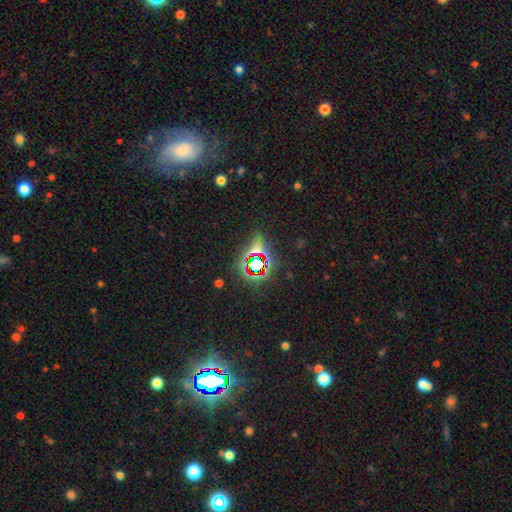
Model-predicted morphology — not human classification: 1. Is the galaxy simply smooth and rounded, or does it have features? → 70% star or artifact, 19% smooth, 11% featured or disk.